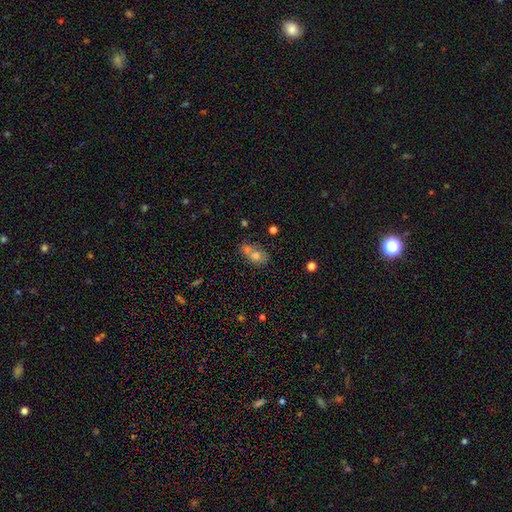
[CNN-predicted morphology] Smooth or featured? Predicted: smooth (p=0.68). How rounded? Predicted: in between (p=0.50). Merging? Predicted: merger (p=0.52).